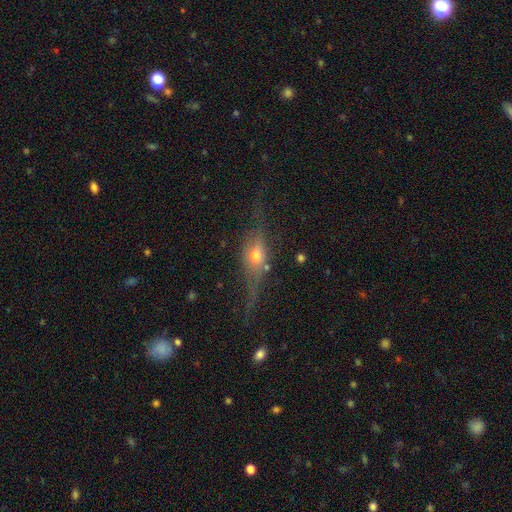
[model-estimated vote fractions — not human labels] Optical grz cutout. It shows a featured or disk galaxy (65%) viewed edge-on (83%) with a rounded central bulge (92%). Merging: none (61%).